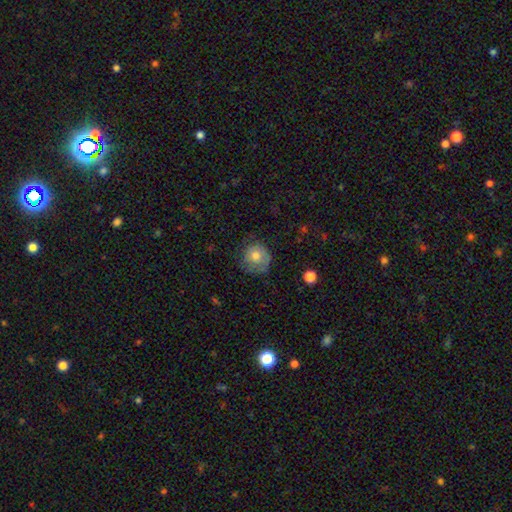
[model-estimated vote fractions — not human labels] A smooth galaxy with no disk features (69%) that is round (86%). Merging: none (61%).